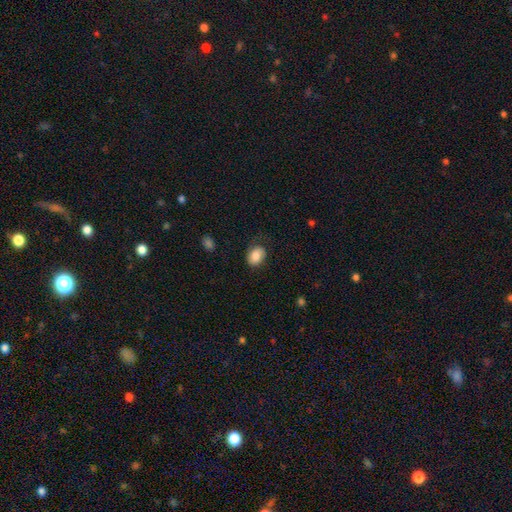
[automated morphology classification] Smooth or featured? Predicted: smooth (p=0.80). How rounded? Predicted: in between (p=0.67). Merging? Predicted: none (p=0.65).